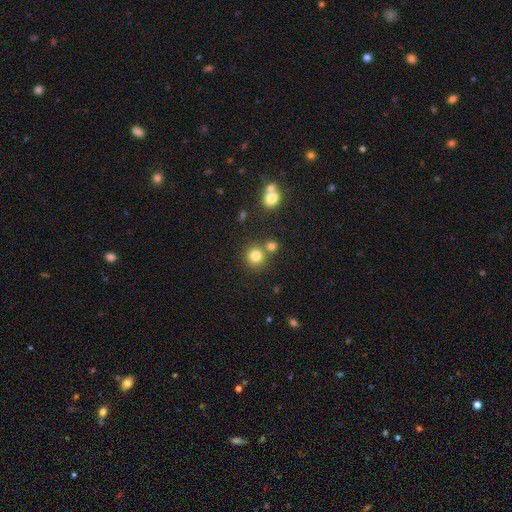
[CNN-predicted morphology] Smooth or featured?
  - smooth: 80% *
  - star or artifact: 13%
  - featured or disk: 7%
How rounded?
  - round: 91% *
  - in between: 8%
  - cigar-shaped: 1%
Merging?
  - none: 71% *
  - merger: 18%
  - minor disturbance: 8%
  - major disturbance: 3%